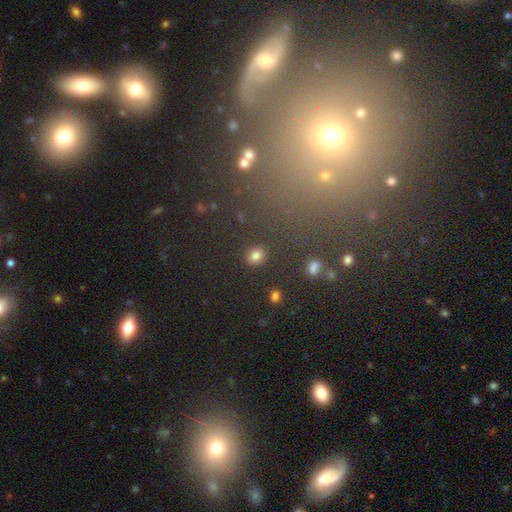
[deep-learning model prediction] This appears to be a smooth galaxy with no disk features (82%) that is round (74%). Merging: none (89%).